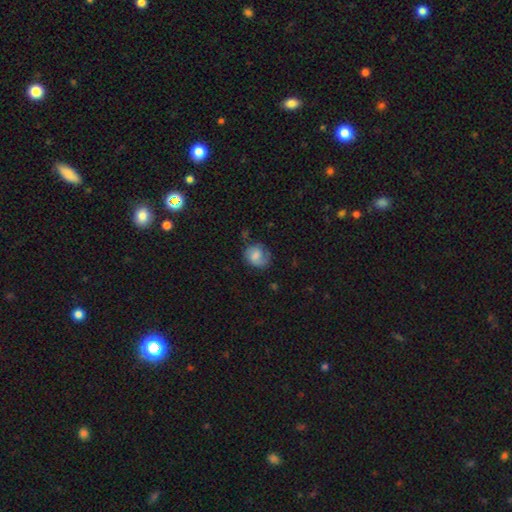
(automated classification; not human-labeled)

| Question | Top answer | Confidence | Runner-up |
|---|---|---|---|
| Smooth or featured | smooth | 62% | featured or disk (30%) |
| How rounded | round | 68% | in between (31%) |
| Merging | none | 57% | minor disturbance (27%) |